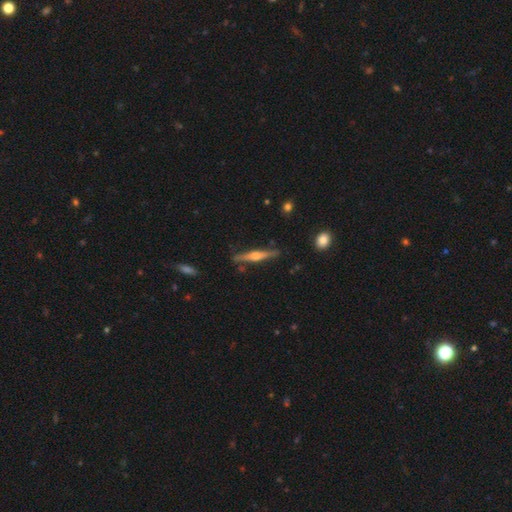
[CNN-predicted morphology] Smooth or featured? Predicted: featured or disk (p=0.74). Edge-on disk? Predicted: yes (p=0.97). Edge-on bulge? Predicted: rounded (p=0.88). Merging? Predicted: none (p=0.85).